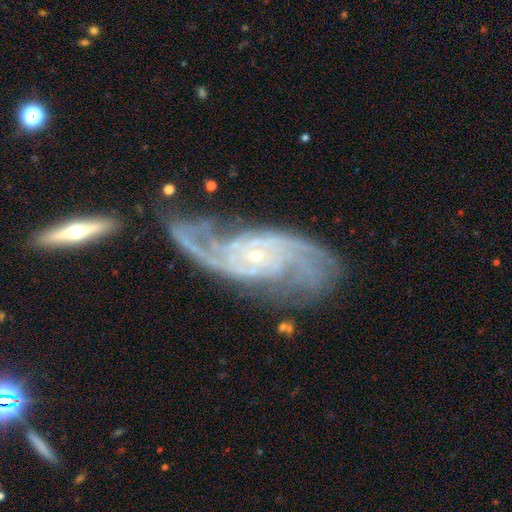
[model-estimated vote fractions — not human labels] Smooth or featured: featured or disk — 91% (star or artifact — 5%)
Edge-on disk: no — 95% (yes — 5%)
Bar: no — 67% (weak — 24%)
Spiral arms: yes — 98% (no — 2%)
Spiral winding: tight — 43% (medium — 42%)
Spiral arm count: 2 — 37% (3 — 22%)
Bulge size: small — 82% (moderate — 14%)
Merging: none — 58% (minor disturbance — 21%)